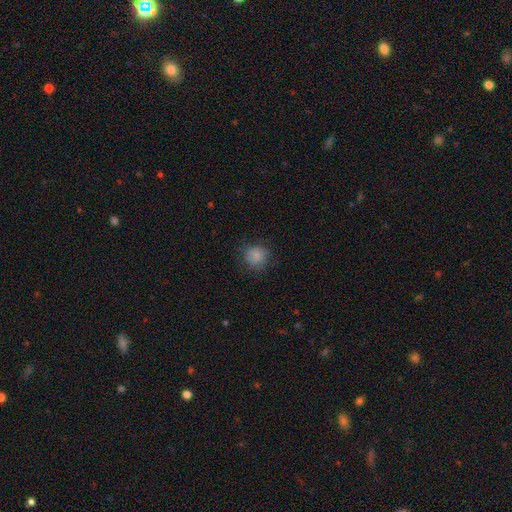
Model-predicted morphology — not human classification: smooth-or-featured: smooth: 82% | star or artifact: 11% | featured or disk: 7%
  how-rounded: round: 84% | in between: 15% | cigar-shaped: 1%
  merging: none: 75% | minor disturbance: 18% | major disturbance: 6% | merger: 1%